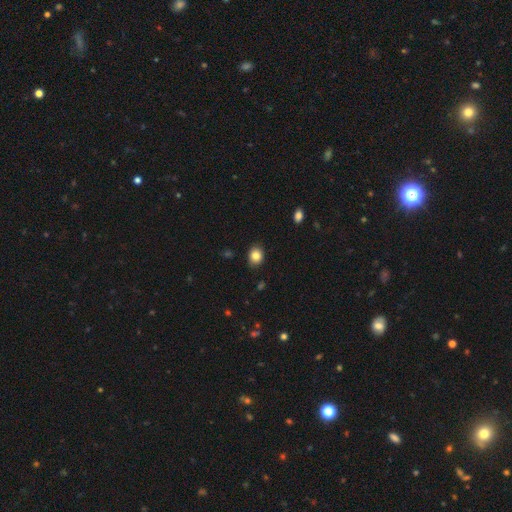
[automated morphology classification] Smooth or featured? Predicted: smooth (p=0.84). How rounded? Predicted: round (p=0.52). Merging? Predicted: none (p=0.87).